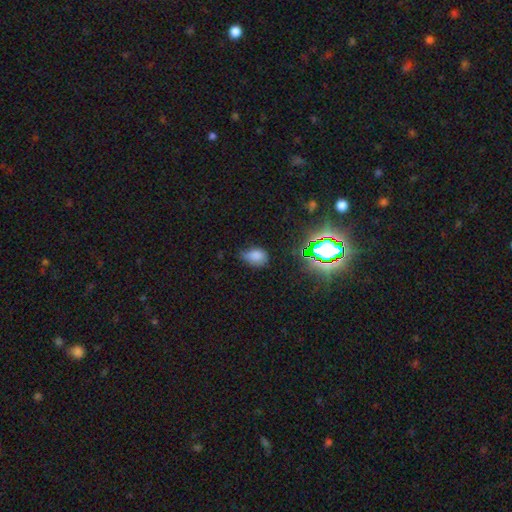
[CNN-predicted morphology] This is likely a smooth galaxy (73%). How rounded: likely in between (78%). Merging: possibly none (48%).